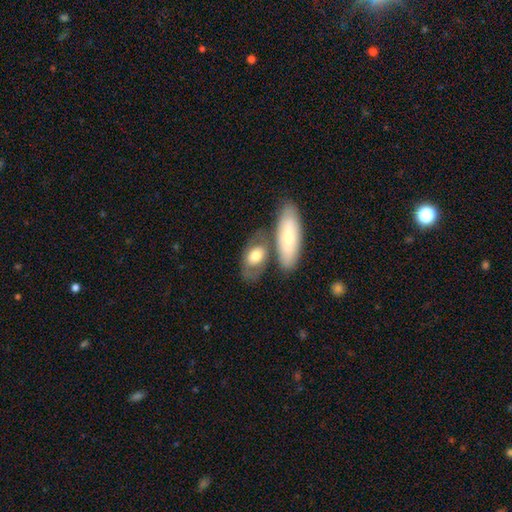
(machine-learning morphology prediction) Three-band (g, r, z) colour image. It shows a smooth galaxy with no disk features (63%) that is in between round and cigar-shaped (83%). Merging: none (49%).